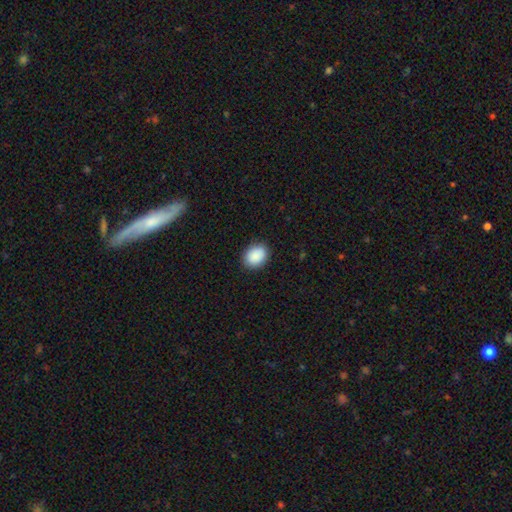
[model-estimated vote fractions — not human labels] Q: Smooth or featured?
A: smooth (90%); runner-up: star or artifact (7%)
Q: How rounded?
A: in between (64%); runner-up: round (35%)
Q: Merging?
A: none (89%); runner-up: minor disturbance (8%)